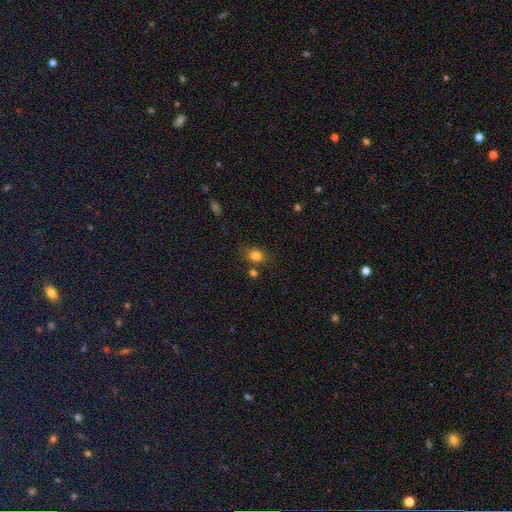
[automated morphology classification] Overall: smooth (81%). How rounded: round (58%; in between 41%). Merging: none (69%).